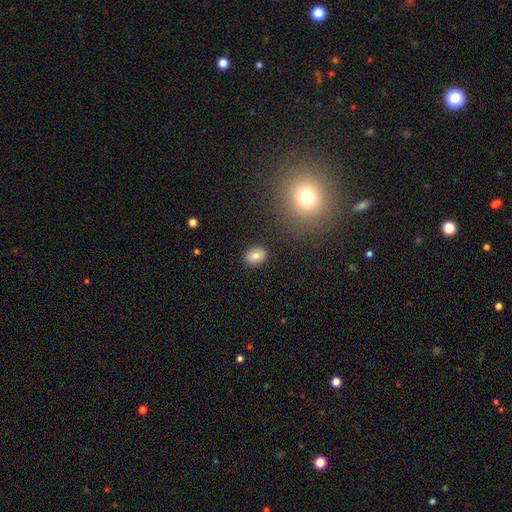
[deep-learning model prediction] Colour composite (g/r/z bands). It shows a smooth galaxy with no disk features (81%) that is in between round and cigar-shaped (64%). Merging: none (87%).